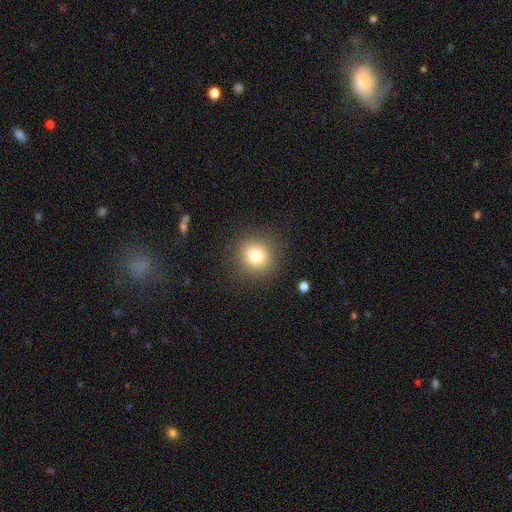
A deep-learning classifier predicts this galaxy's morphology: The model was most divided on "smooth or featured": smooth: 79%, star or artifact: 13%, featured or disk: 9%. More confident: how rounded — round (88%); merging — none (87%).